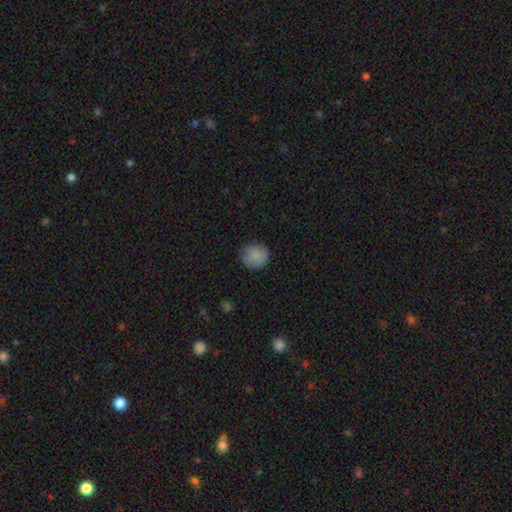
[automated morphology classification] Smooth or featured: smooth — 86% (star or artifact — 8%)
How rounded: round — 87% (in between — 13%)
Merging: none — 81% (minor disturbance — 15%)